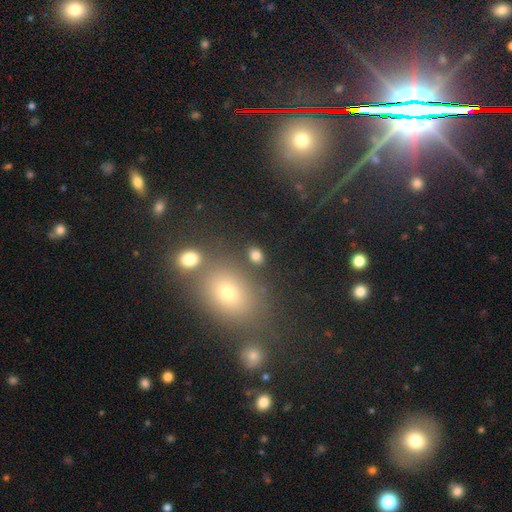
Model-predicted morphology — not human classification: This appears to be a smooth galaxy with no disk features (80%) that is in between round and cigar-shaped (73%). Merging: none (80%).